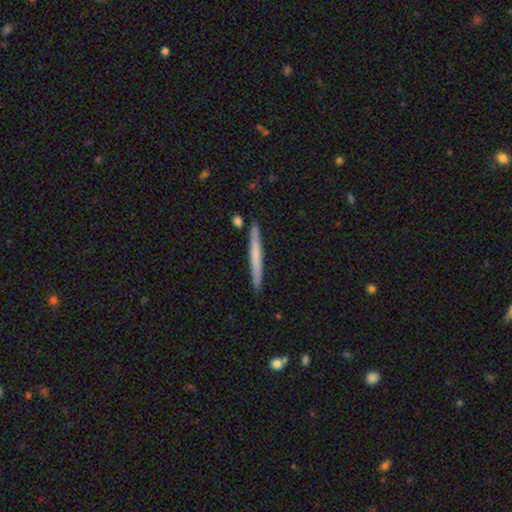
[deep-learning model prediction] Smooth or featured? Predicted: smooth (p=0.58). How rounded? Predicted: cigar-shaped (p=0.97). Merging? Predicted: none (p=0.90).